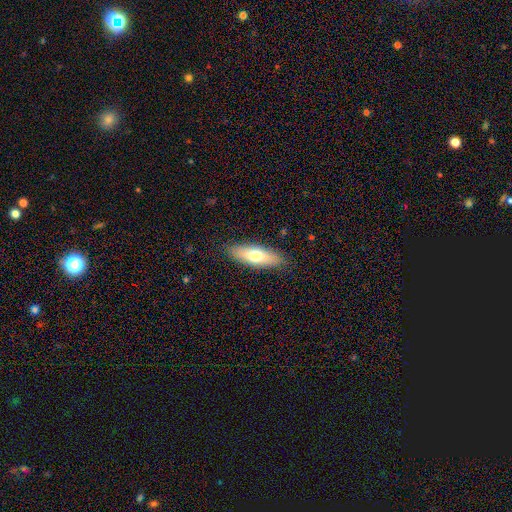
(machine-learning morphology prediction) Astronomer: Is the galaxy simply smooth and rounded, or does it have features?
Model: smooth — 67%.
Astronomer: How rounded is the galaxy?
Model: in between — 56% (runner-up: cigar-shaped, 42%).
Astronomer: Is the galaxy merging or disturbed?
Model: none — 87%.